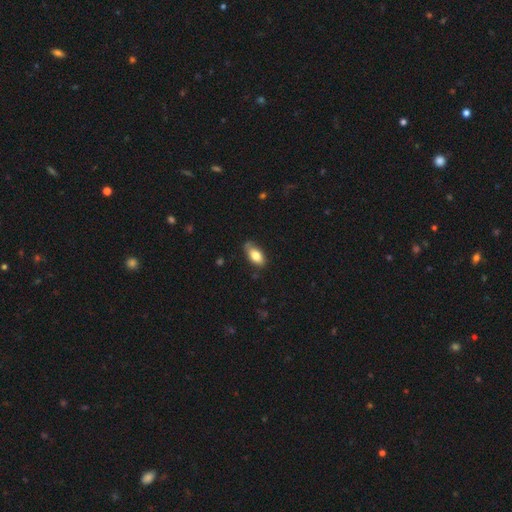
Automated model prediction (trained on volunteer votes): Smooth or featured?
  - smooth: 75% *
  - featured or disk: 18%
  - star or artifact: 6%
How rounded?
  - in between: 88% *
  - cigar-shaped: 9%
  - round: 4%
Merging?
  - none: 68% *
  - minor disturbance: 26%
  - major disturbance: 5%
  - merger: 2%